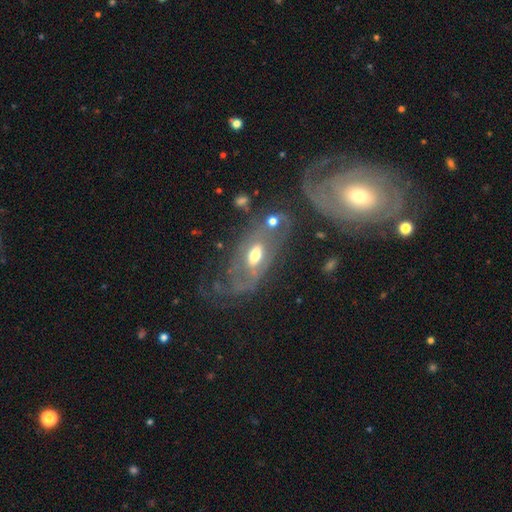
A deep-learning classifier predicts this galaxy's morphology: smooth_or_featured: featured or disk (p=0.72) [alt: smooth p=0.20]
disk_edge_on: no (p=0.86) [alt: yes p=0.14]
bar: no (p=0.58) [alt: weak p=0.31]
has_spiral_arms: yes (p=0.64) [alt: no p=0.36]
bulge_size: moderate (p=0.70) [alt: small p=0.14]
merging: none (p=0.45) [alt: major disturbance p=0.22]